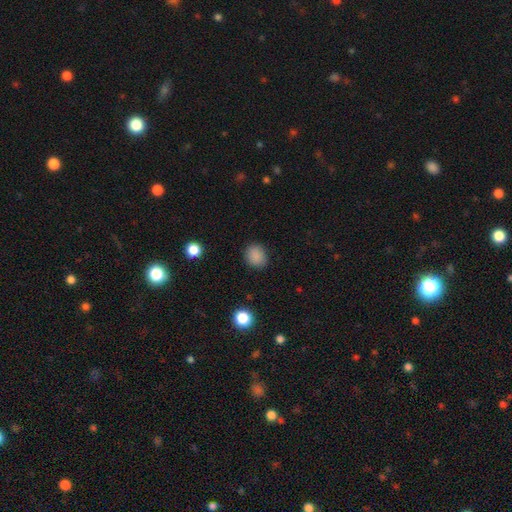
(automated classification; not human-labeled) Overall: smooth (86%). How rounded: round (74%). Merging: none (88%).